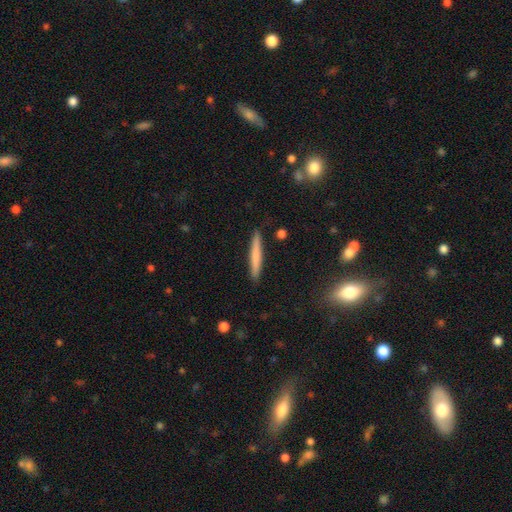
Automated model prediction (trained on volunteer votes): Smooth or featured? Predicted: smooth (p=0.69). How rounded? Predicted: cigar-shaped (p=0.96). Merging? Predicted: none (p=0.90).